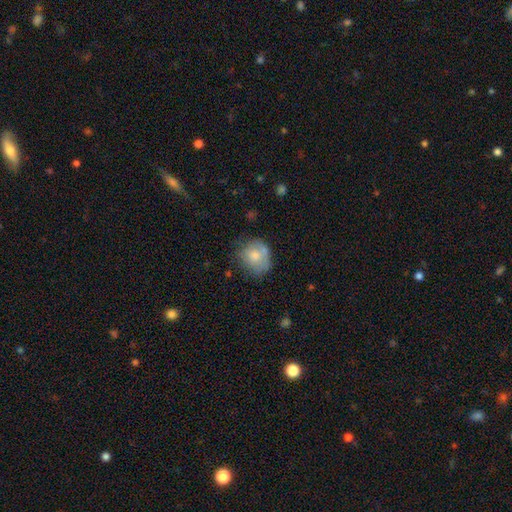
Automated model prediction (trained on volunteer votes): Overall: smooth (72%). How rounded: round (72%). Merging: none (53%; minor disturbance 30%).